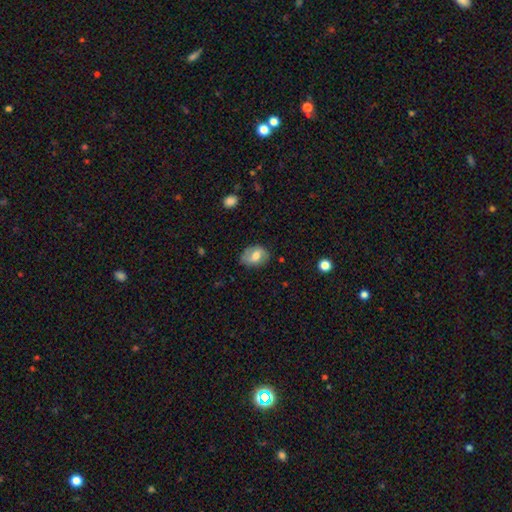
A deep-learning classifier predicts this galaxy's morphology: Smooth or featured: smooth — 55% (featured or disk — 38%)
How rounded: in between — 76% (round — 23%)
Merging: none — 71% (minor disturbance — 21%)